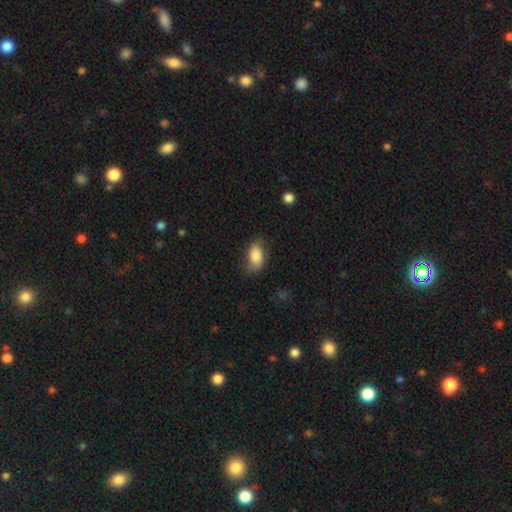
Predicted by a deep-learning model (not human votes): This is likely a smooth galaxy (80%). How rounded: clearly in between (90%). Merging: likely none (68%).